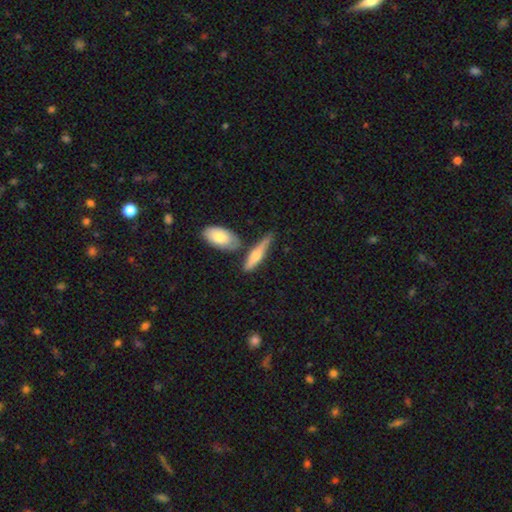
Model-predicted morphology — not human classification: Smooth or featured? smooth (52%)
How rounded? cigar-shaped (62%)
Merging? none (55%)